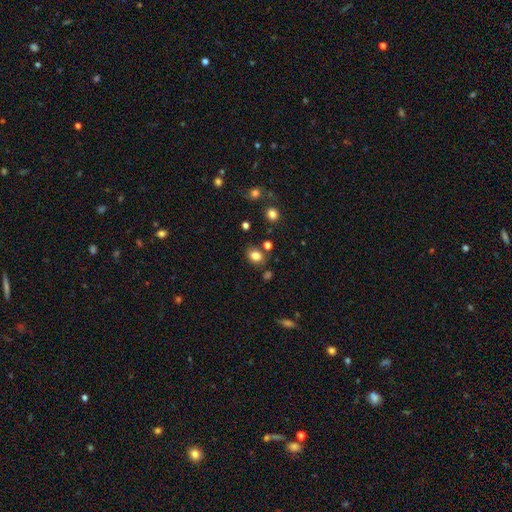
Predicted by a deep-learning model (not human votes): Overall: smooth (82%). How rounded: in between (53%; round 46%). Merging: none (78%).